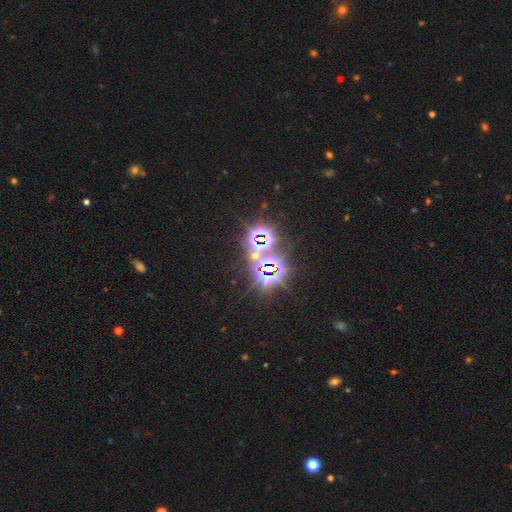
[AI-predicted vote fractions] Smooth or featured: star or artifact — 82% (smooth — 11%)